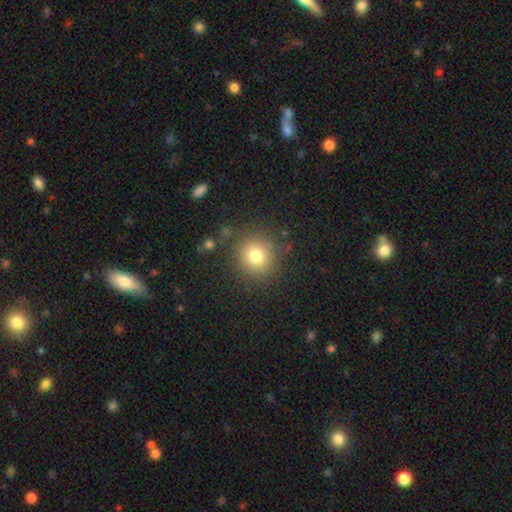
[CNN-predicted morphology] This appears to be a smooth galaxy with no disk features (77%) that is round (92%). Merging: none (85%).